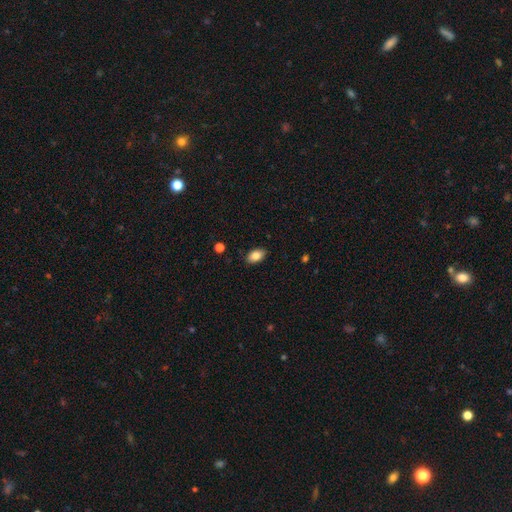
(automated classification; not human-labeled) This is clearly a smooth galaxy (84%). How rounded: clearly in between (91%). Merging: clearly none (88%).